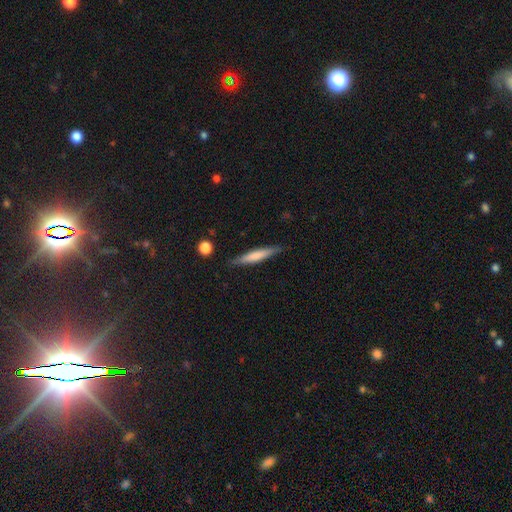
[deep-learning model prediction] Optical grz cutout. It shows a smooth galaxy with no disk features (61%) that is cigar-shaped (92%). Merging: none (86%).